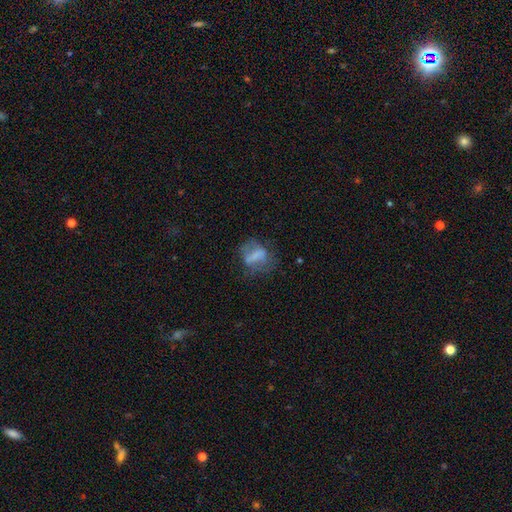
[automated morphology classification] type=smooth (45%); merging=none (46%).